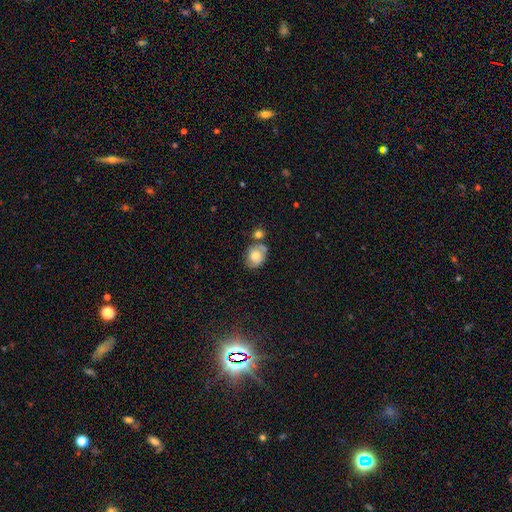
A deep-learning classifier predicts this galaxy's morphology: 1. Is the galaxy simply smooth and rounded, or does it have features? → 63% smooth, 27% featured or disk, 9% star or artifact.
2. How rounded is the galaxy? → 52% round, 47% in between, 1% cigar-shaped.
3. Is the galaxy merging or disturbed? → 53% none, 20% merger, 20% minor disturbance, 7% major disturbance.